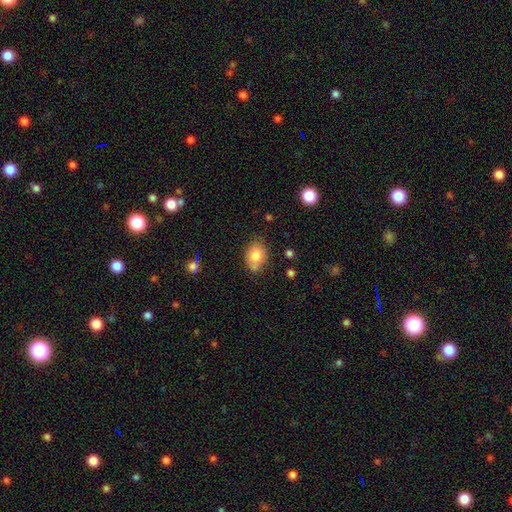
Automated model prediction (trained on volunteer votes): This is clearly a smooth galaxy (80%). How rounded: likely in between (64%). Merging: likely none (65%).